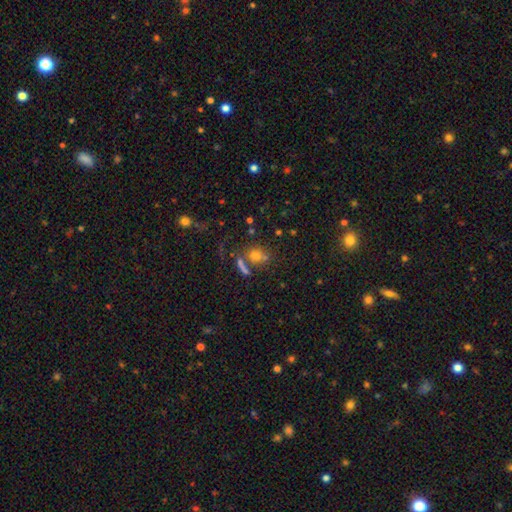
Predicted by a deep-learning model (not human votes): This is likely a smooth galaxy (63%). How rounded: likely round (64%). Merging: possibly none (54%).